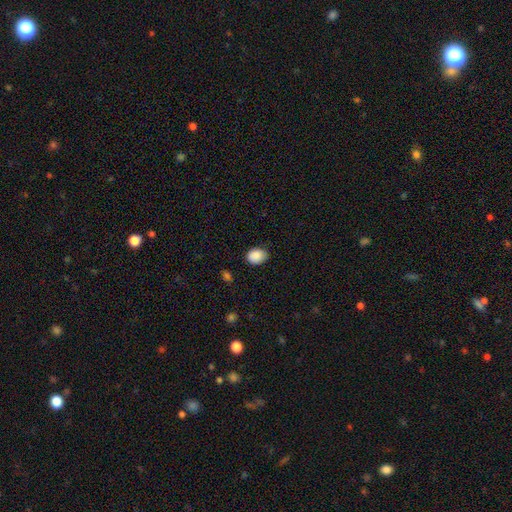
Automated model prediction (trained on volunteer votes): This is clearly a smooth galaxy (89%). How rounded: likely in between (64%). Merging: likely none (78%).